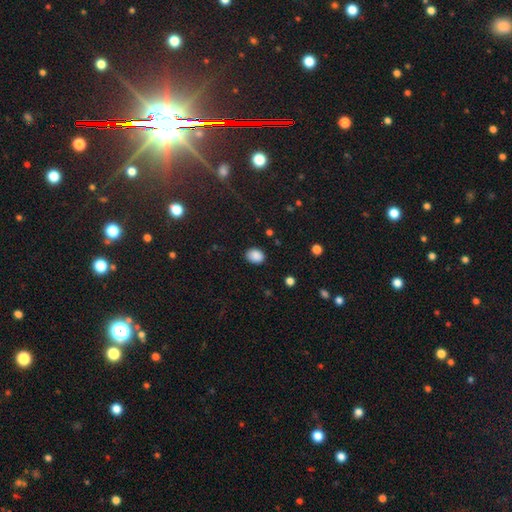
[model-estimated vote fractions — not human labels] Q: Smooth or featured?
A: smooth (88%); runner-up: star or artifact (9%)
Q: How rounded?
A: in between (64%); runner-up: round (36%)
Q: Merging?
A: none (86%); runner-up: minor disturbance (11%)